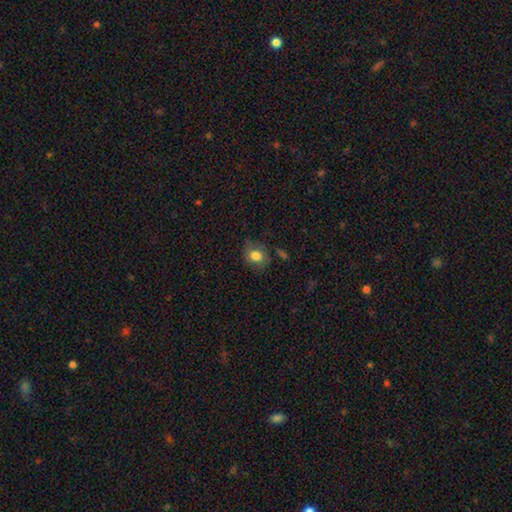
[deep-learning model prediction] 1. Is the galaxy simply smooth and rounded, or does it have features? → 79% smooth, 11% featured or disk, 9% star or artifact.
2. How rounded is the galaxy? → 57% round, 42% in between, 1% cigar-shaped.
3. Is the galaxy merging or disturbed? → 68% none, 22% minor disturbance, 7% major disturbance, 3% merger.